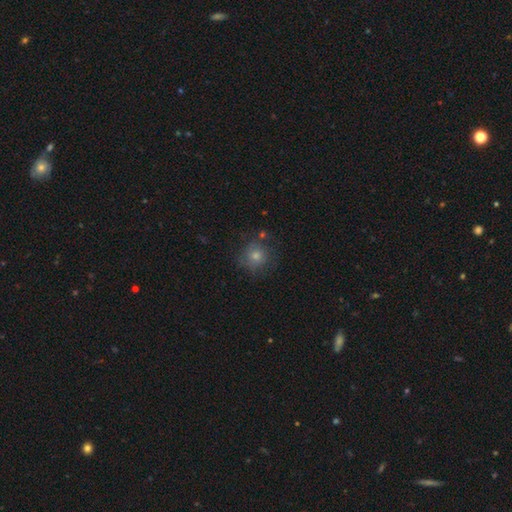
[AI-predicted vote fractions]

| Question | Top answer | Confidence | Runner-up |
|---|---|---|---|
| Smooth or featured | smooth | 57% | star or artifact (23%) |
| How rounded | round | 91% | in between (8%) |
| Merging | none | 78% | minor disturbance (13%) |